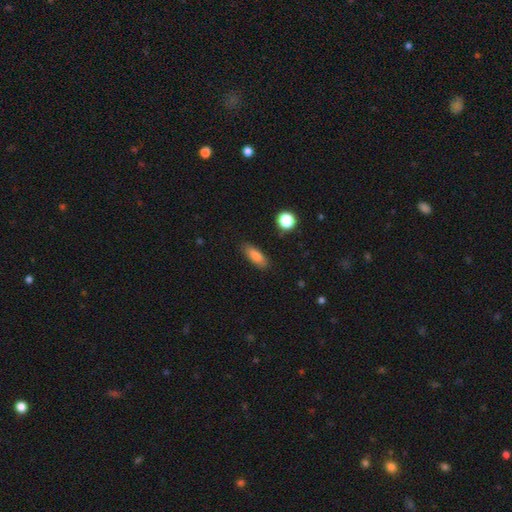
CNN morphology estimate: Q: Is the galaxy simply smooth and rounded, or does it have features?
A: smooth — 83%.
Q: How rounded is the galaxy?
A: in between — 67%.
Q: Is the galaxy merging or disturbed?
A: none — 85%.